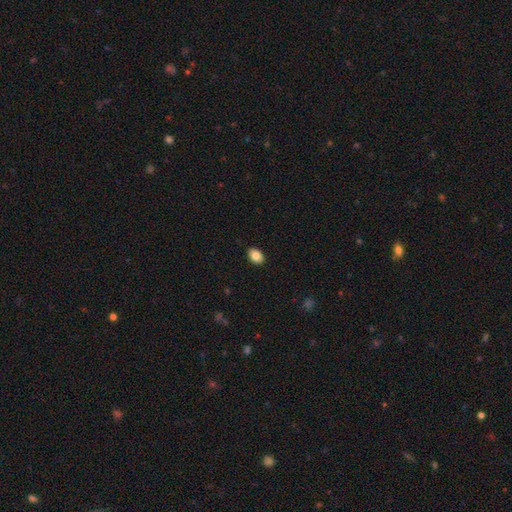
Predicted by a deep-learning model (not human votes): A smooth galaxy with no disk features (84%) that is in between round and cigar-shaped (81%).

Vote fractions:
- Smooth or featured? smooth: 84% / featured or disk: 8% / star or artifact: 8%
- How rounded? in between: 81% / round: 18% / cigar-shaped: 1%
- Merging? none: 88% / minor disturbance: 9% / major disturbance: 2% / merger: 1%